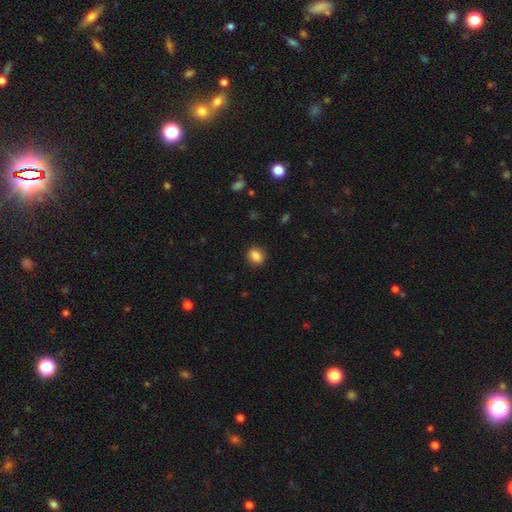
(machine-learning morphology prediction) smooth-or-featured: smooth: 87% | star or artifact: 9% | featured or disk: 4%
  how-rounded: in between: 53% | round: 46% | cigar-shaped: 1%
  merging: none: 88% | minor disturbance: 9% | major disturbance: 2% | merger: 1%